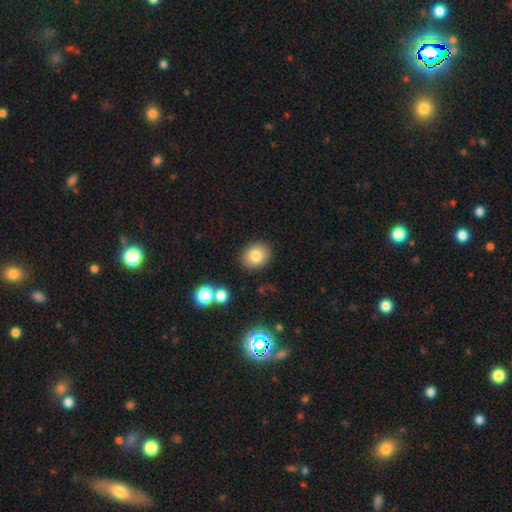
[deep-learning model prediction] The model was most divided on "how rounded": round: 61%, in between: 38%, cigar-shaped: 1%. More confident: merging — none (88%); smooth or featured — smooth (80%).